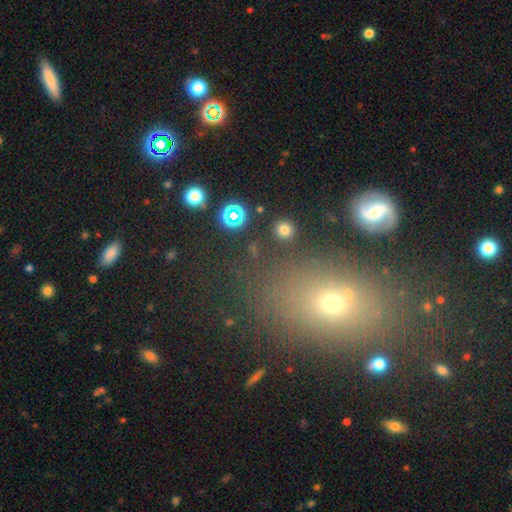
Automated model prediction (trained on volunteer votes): smooth_or_featured: smooth (p=0.51) [alt: star or artifact p=0.33]
how_rounded: in between (p=0.57) [alt: round p=0.39]
merging: none (p=0.73) [alt: minor disturbance p=0.12]